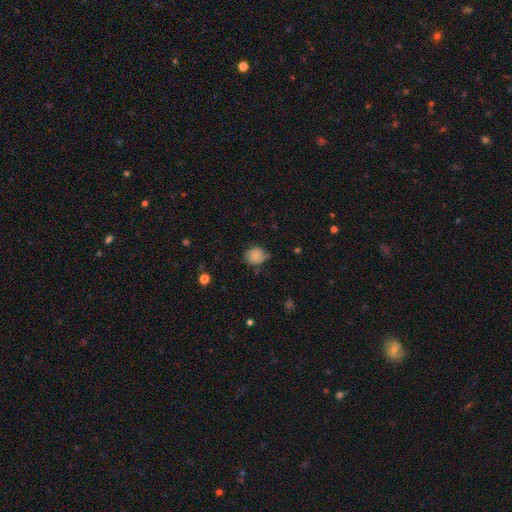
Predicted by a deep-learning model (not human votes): Smooth or featured? Predicted: smooth (p=0.81). How rounded? Predicted: round (p=0.75). Merging? Predicted: none (p=0.62).